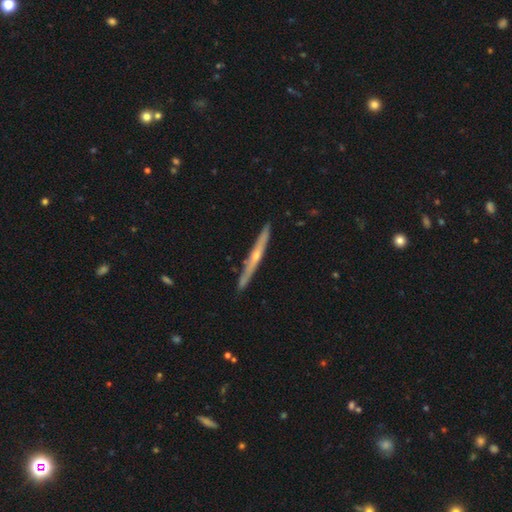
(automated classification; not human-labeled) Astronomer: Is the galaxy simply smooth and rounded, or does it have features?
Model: featured or disk — 72%.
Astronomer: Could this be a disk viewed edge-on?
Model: yes — 97%.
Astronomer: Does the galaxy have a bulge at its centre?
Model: rounded — 71%.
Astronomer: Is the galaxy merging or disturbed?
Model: none — 89%.